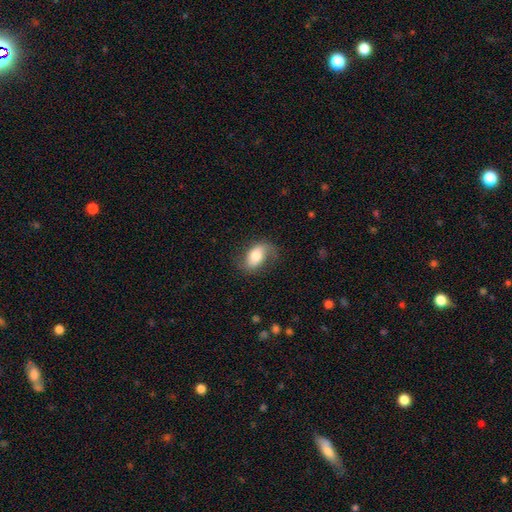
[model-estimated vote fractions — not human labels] smooth 59%, featured or disk 34%, star or artifact 7%. Down the decision tree: how rounded — in between (89%); merging — none (64%).